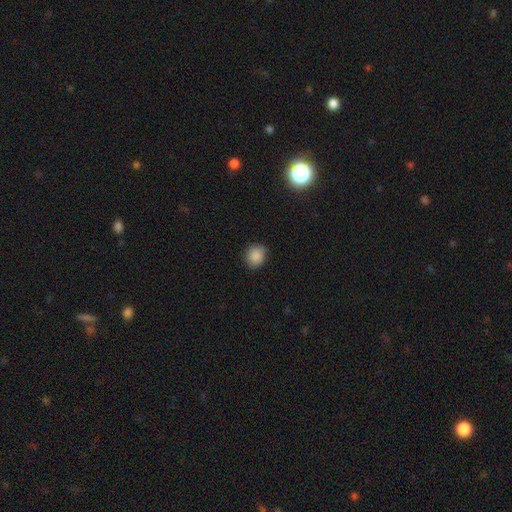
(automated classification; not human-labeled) Morphology: type=smooth (88%); roundness=round (76%); merging=none (85%).